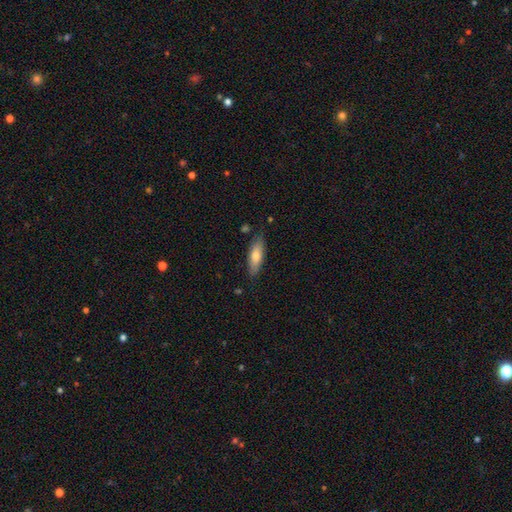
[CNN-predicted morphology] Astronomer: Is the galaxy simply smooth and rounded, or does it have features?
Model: smooth — 72%.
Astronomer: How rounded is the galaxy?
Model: in between — 54% (runner-up: cigar-shaped, 44%).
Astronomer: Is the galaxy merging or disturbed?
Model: none — 81%.